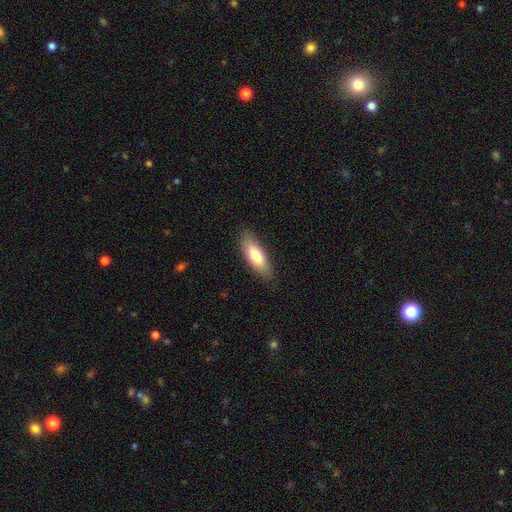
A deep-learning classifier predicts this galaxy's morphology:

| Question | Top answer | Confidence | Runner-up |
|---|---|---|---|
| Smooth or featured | smooth | 76% | featured or disk (18%) |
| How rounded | in between | 63% | cigar-shaped (35%) |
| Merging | none | 86% | minor disturbance (11%) |